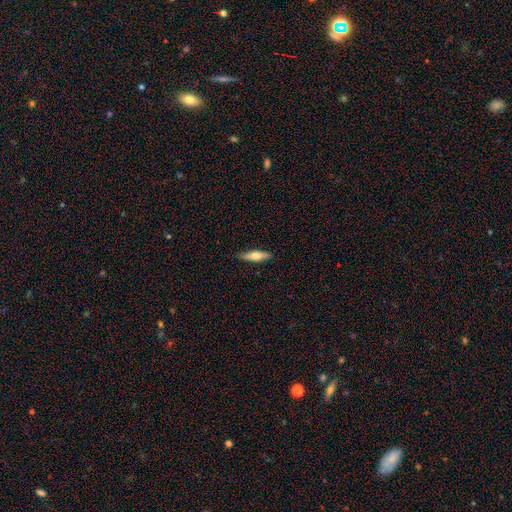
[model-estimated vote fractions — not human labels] A smooth galaxy with no disk features (63%) that is cigar-shaped (65%).

Vote fractions:
- Smooth or featured? smooth: 63% / featured or disk: 31% / star or artifact: 6%
- How rounded? cigar-shaped: 65% / in between: 33% / round: 2%
- Merging? none: 85% / minor disturbance: 12% / major disturbance: 2% / merger: 1%